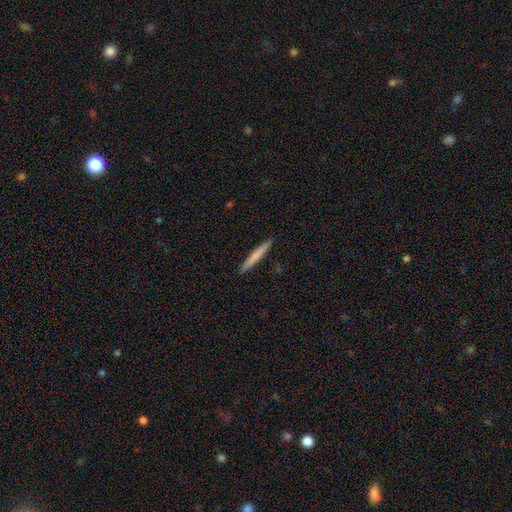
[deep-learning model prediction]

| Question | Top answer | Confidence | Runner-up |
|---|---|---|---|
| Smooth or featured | smooth | 69% | featured or disk (26%) |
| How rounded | cigar-shaped | 96% | in between (2%) |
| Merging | none | 92% | minor disturbance (6%) |